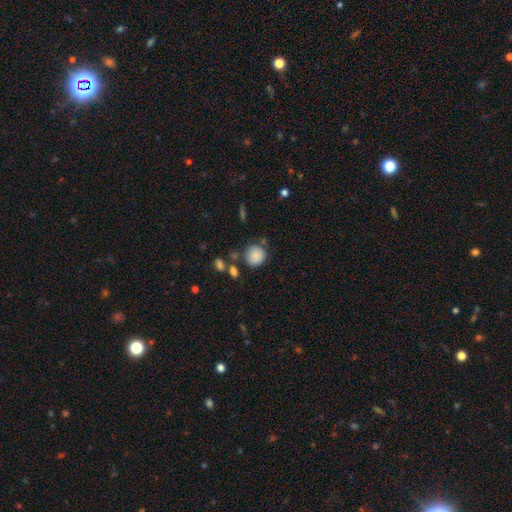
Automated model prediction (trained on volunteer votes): The model was most divided on "merging": none: 70%, minor disturbance: 16%, merger: 8%, major disturbance: 5%. More confident: how rounded — round (86%); smooth or featured — smooth (86%).